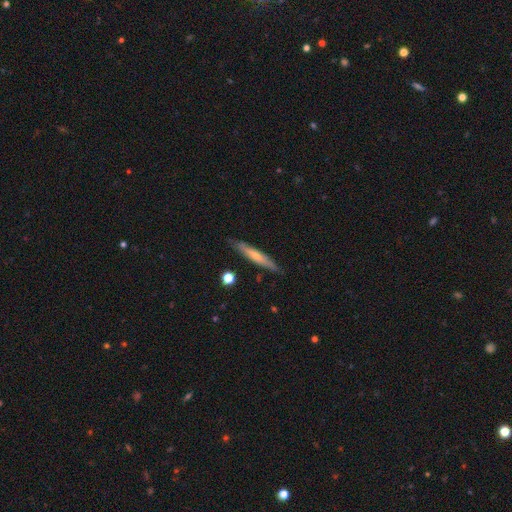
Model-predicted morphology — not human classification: Smooth or featured? Predicted: smooth (p=0.49). Merging? Predicted: none (p=0.83).